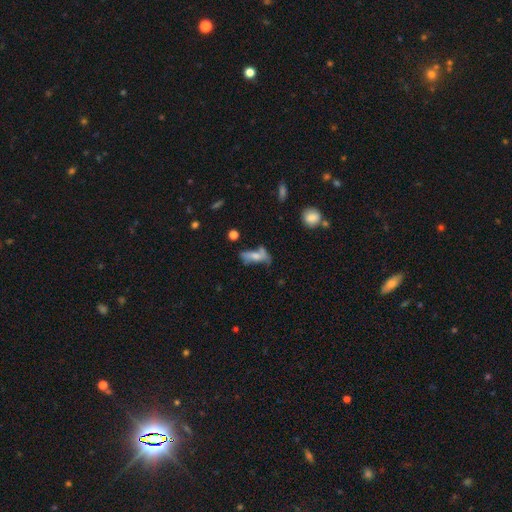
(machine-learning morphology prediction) Smooth or featured? smooth (53%)
How rounded? in between (64%)
Merging? none (36%)